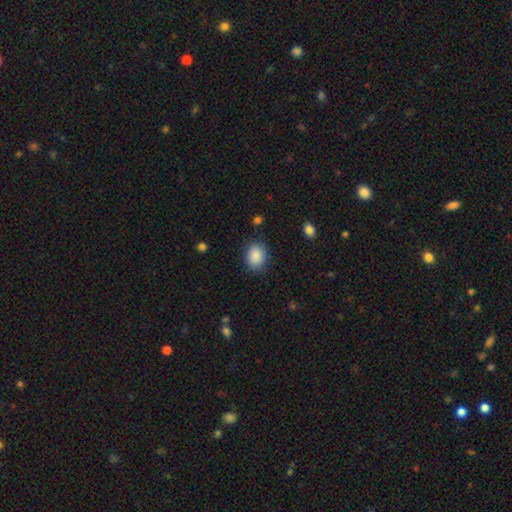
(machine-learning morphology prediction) The model was most divided on "how rounded": in between: 64%, round: 35%, cigar-shaped: 1%. More confident: smooth or featured — smooth (88%); merging — none (83%).